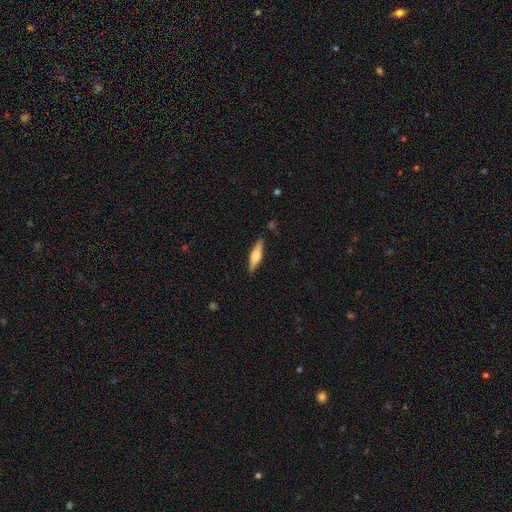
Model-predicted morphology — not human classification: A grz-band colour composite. It shows a featured or disk galaxy (52%) viewed edge-on (96%). Merging: none (88%).